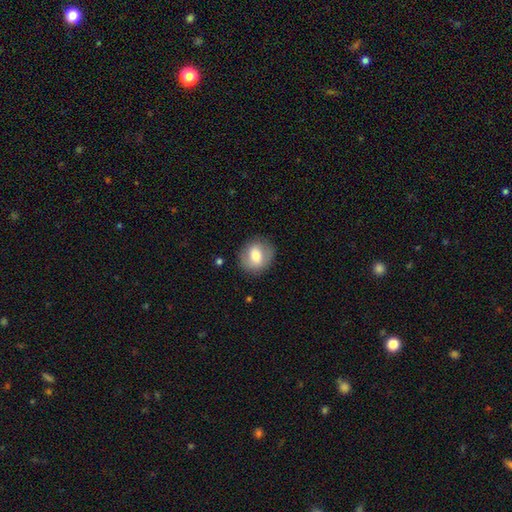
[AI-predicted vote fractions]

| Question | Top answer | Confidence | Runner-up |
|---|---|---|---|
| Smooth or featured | smooth | 67% | featured or disk (25%) |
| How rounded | round | 66% | in between (33%) |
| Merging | none | 81% | minor disturbance (13%) |